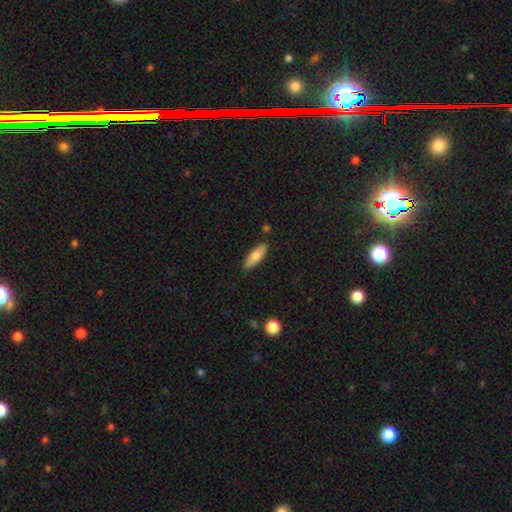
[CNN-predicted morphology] This appears to be a smooth galaxy with no disk features (76%) that is in between round and cigar-shaped (63%). Merging: none (86%).